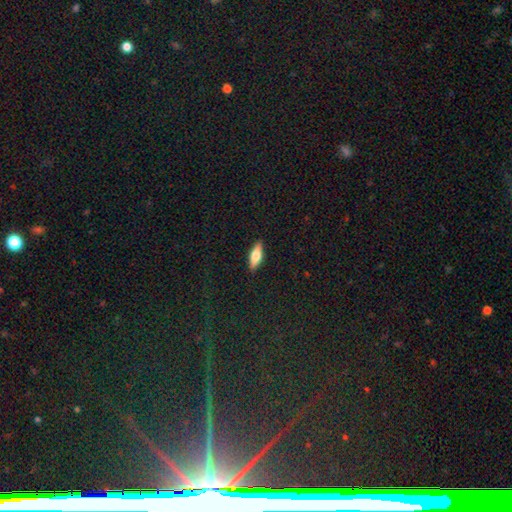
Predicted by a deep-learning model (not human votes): Q: Smooth or featured?
A: smooth (66%); runner-up: featured or disk (28%)
Q: How rounded?
A: in between (63%); runner-up: cigar-shaped (35%)
Q: Merging?
A: none (89%); runner-up: minor disturbance (8%)